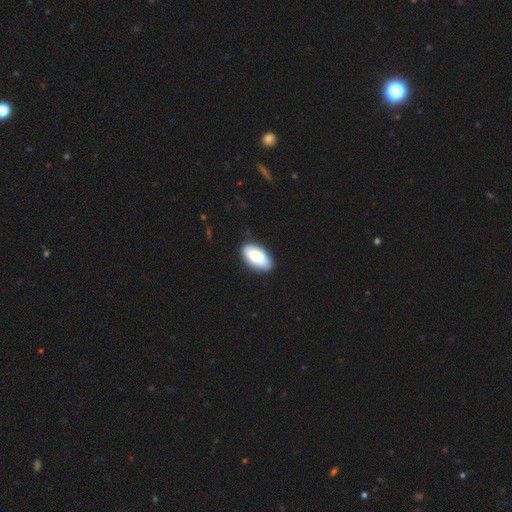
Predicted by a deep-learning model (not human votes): The model was most divided on "smooth or featured": smooth: 70%, featured or disk: 24%, star or artifact: 6%. More confident: how rounded — in between (94%); merging — none (85%).